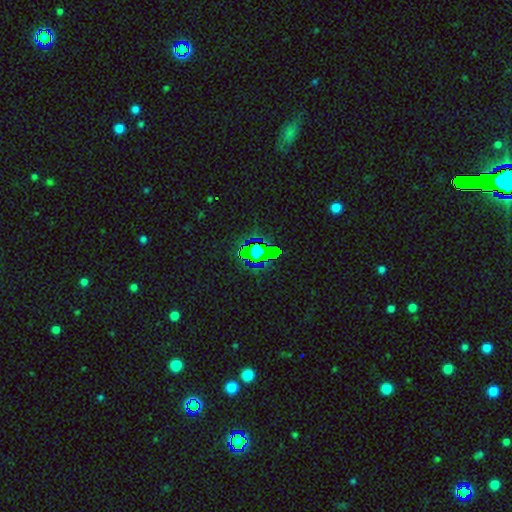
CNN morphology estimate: This is likely a star or artifact rather than a galaxy (67%).